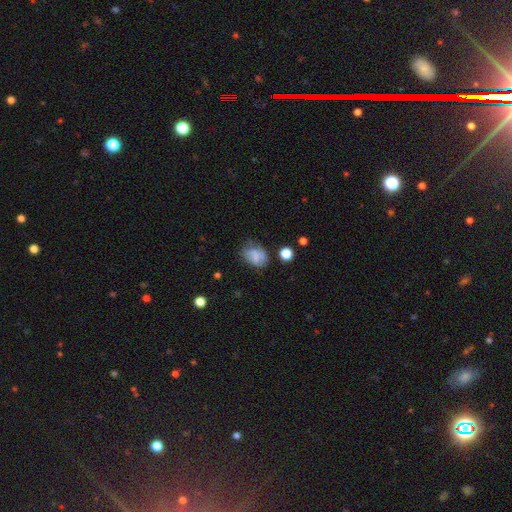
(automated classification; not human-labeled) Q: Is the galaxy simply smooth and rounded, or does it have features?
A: smooth — 66%.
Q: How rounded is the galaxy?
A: in between — 69%.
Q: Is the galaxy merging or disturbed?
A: none — 50%.